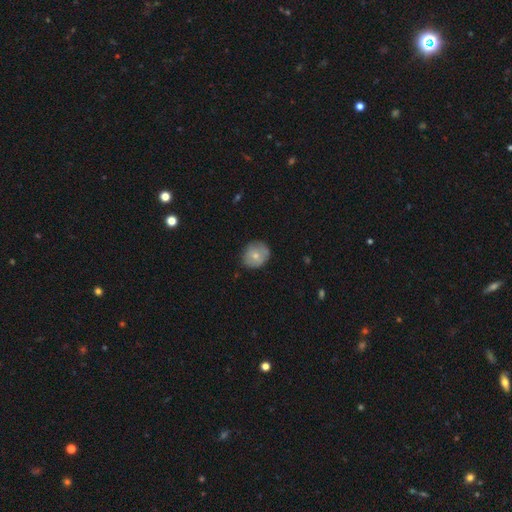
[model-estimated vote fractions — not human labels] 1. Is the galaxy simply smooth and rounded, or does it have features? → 68% smooth, 24% featured or disk, 8% star or artifact.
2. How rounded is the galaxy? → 78% round, 21% in between, 1% cigar-shaped.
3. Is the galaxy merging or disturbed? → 76% none, 19% minor disturbance, 4% major disturbance, 1% merger.